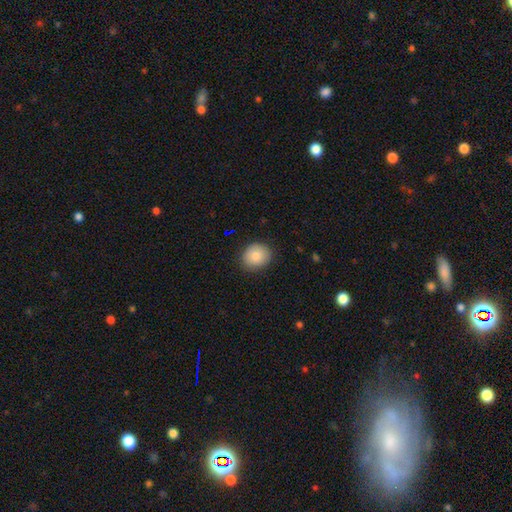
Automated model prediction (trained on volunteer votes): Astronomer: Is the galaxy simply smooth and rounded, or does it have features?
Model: smooth — 84%.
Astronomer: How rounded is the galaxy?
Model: round — 75%.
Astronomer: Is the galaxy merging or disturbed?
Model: none — 86%.